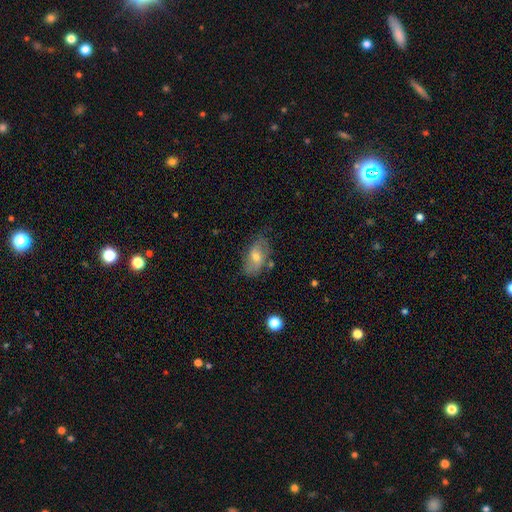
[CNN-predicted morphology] featured or disk 50%, smooth 41%, star or artifact 10%. Down the decision tree: merging — none (70%).